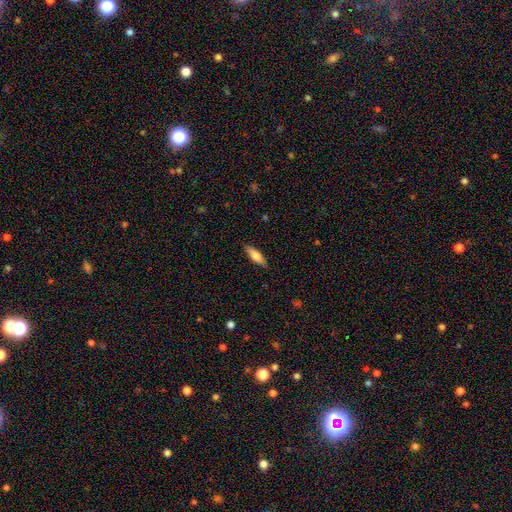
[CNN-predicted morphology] This is likely a smooth galaxy (78%). How rounded: possibly in between (53%). Merging: clearly none (86%).